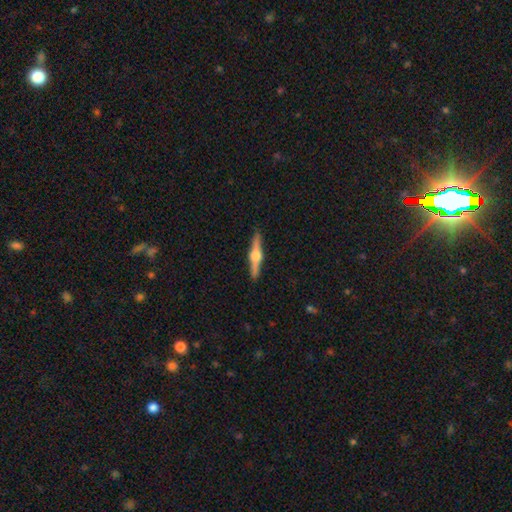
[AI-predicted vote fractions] Smooth or featured? featured or disk (74%)
Edge-on disk? yes (98%)
Edge-on bulge? rounded (93%)
Merging? none (90%)